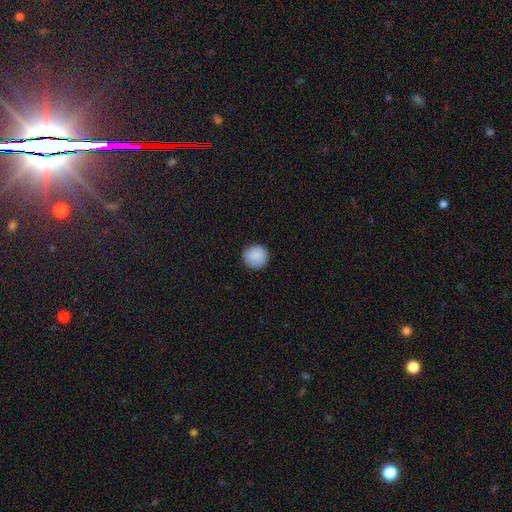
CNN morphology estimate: This is clearly a smooth galaxy (88%). How rounded: clearly round (94%). Merging: clearly none (88%).